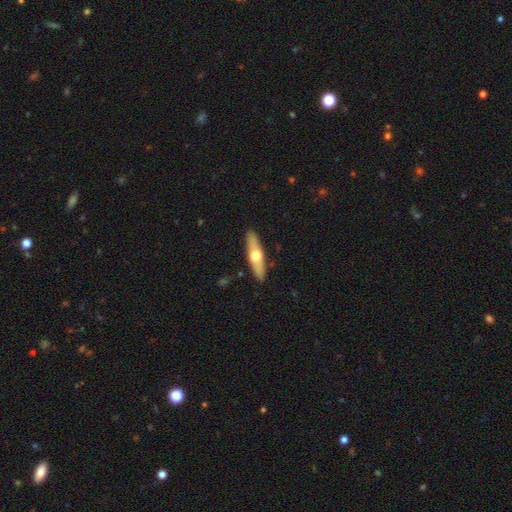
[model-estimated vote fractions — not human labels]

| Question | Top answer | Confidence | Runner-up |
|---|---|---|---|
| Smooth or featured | featured or disk | 51% | smooth (44%) |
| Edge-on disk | yes | 86% | no (14%) |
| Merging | none | 90% | minor disturbance (7%) |